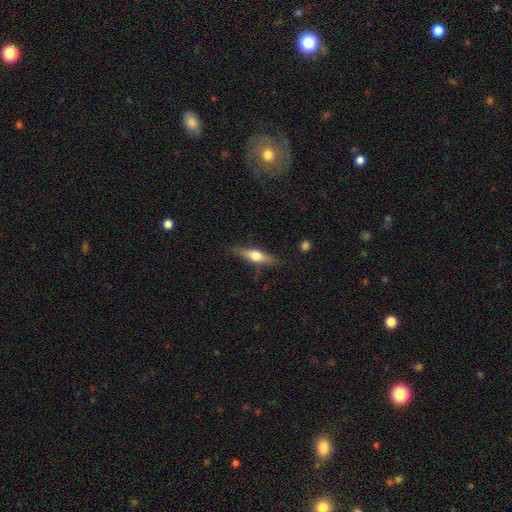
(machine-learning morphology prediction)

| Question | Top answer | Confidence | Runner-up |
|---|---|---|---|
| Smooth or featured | featured or disk | 50% | smooth (43%) |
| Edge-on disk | yes | 92% | no (8%) |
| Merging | none | 80% | minor disturbance (14%) |